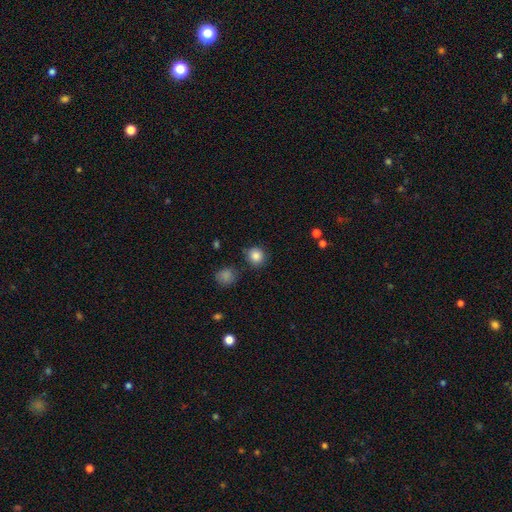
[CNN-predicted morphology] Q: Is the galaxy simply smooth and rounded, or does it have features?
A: smooth — 85%.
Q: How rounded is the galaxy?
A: round — 88%.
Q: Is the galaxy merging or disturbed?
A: none — 83%.